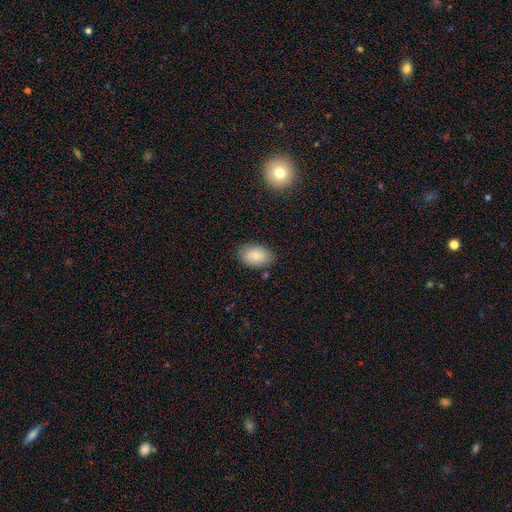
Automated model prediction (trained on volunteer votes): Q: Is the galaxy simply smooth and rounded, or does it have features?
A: smooth — 82%.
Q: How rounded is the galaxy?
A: in between — 91%.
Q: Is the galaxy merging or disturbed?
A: none — 81%.